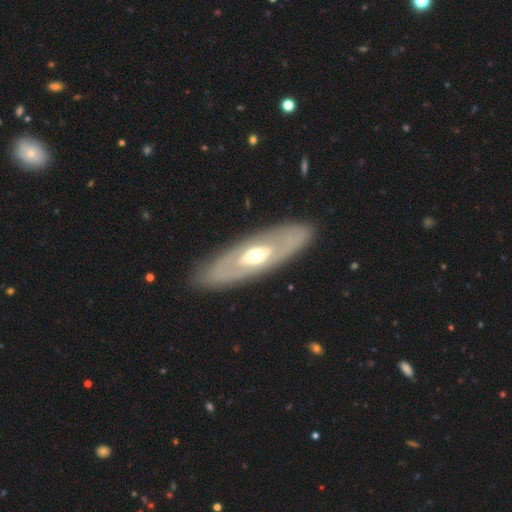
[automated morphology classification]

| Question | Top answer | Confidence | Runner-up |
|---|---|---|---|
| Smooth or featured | featured or disk | 64% | smooth (31%) |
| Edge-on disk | no | 77% | yes (23%) |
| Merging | none | 86% | minor disturbance (9%) |